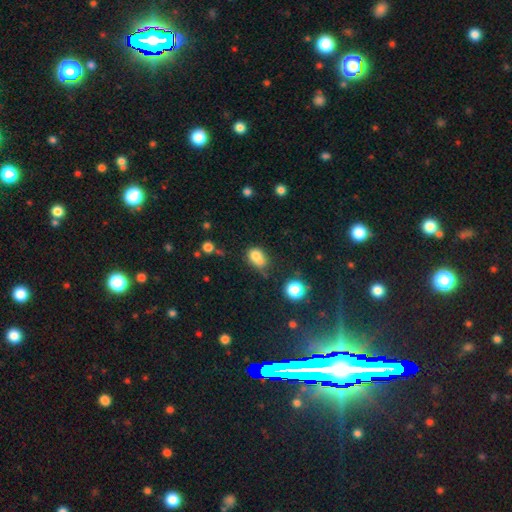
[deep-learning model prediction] This appears to be a smooth galaxy with no disk features (76%) that is in between round and cigar-shaped (61%). Merging: none (38%).